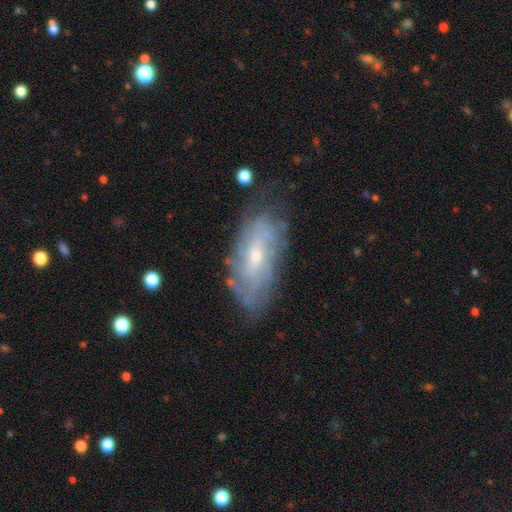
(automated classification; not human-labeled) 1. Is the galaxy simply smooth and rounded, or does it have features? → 70% featured or disk, 23% smooth, 8% star or artifact.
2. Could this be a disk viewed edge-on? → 90% no, 10% yes.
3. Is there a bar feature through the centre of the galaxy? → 60% no, 33% weak, 7% strong.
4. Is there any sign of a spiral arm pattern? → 79% yes, 21% no.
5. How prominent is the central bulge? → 61% small, 35% moderate, 2% none, 2% large, 1% dominant.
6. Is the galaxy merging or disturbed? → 70% none, 21% minor disturbance, 8% major disturbance, 2% merger.